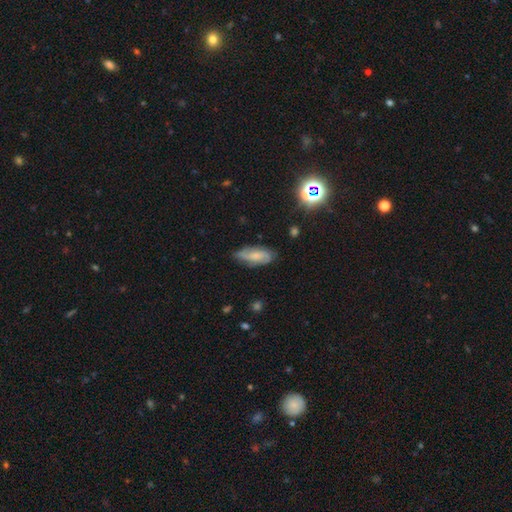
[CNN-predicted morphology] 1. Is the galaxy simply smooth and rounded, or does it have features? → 49% smooth, 41% featured or disk, 10% star or artifact.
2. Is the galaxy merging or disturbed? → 70% none, 23% minor disturbance, 6% major disturbance, 2% merger.